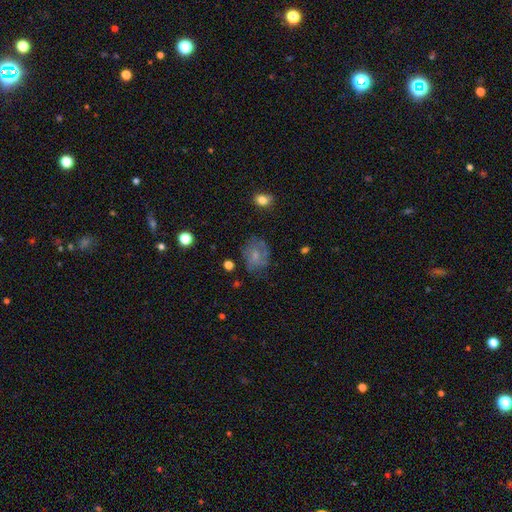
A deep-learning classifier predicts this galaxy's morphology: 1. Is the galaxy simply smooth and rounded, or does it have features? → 50% smooth, 39% featured or disk, 11% star or artifact.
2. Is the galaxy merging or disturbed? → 61% none, 24% minor disturbance, 13% major disturbance, 2% merger.